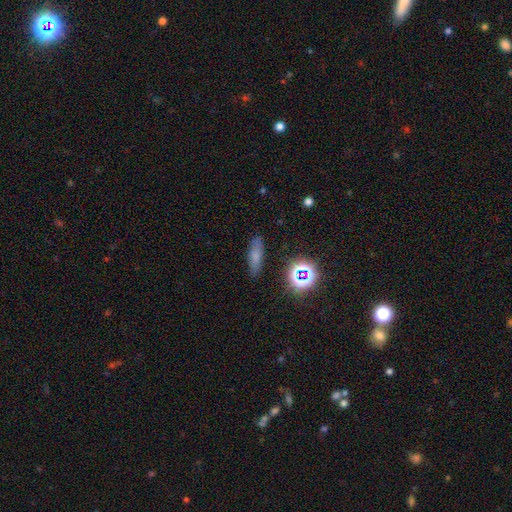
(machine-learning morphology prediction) Smooth or featured: smooth — 69% (star or artifact — 17%)
How rounded: in between — 50% (cigar-shaped — 43%)
Merging: none — 84% (minor disturbance — 11%)